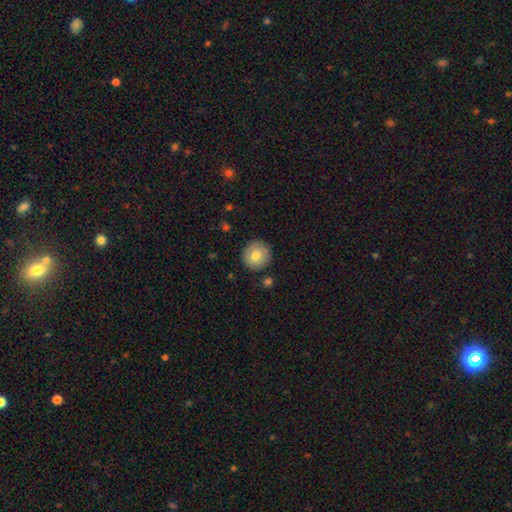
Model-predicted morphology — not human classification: A smooth galaxy with no disk features (77%) that is round (96%). Merging: none (88%).